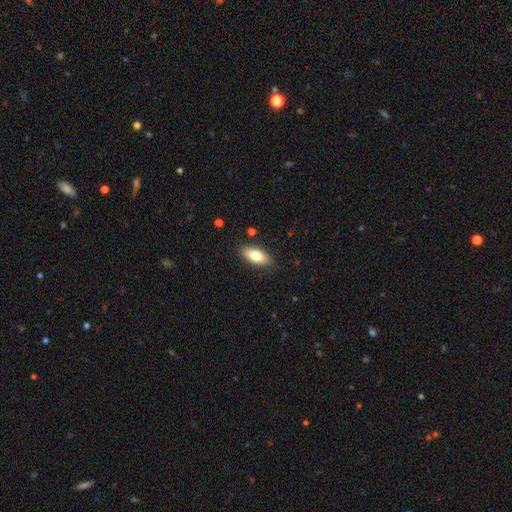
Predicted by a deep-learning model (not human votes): Smooth or featured? Predicted: smooth (p=0.78). How rounded? Predicted: in between (p=0.86). Merging? Predicted: none (p=0.87).